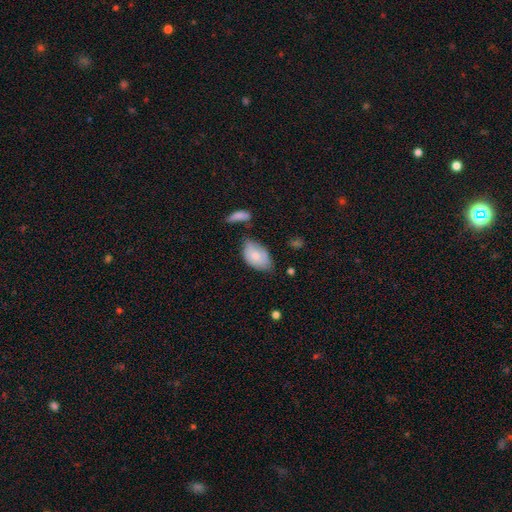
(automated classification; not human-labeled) Smooth or featured?
  - smooth: 68% *
  - featured or disk: 26%
  - star or artifact: 6%
How rounded?
  - in between: 92% *
  - round: 6%
  - cigar-shaped: 2%
Merging?
  - none: 44% *
  - minor disturbance: 36%
  - major disturbance: 11%
  - merger: 9%